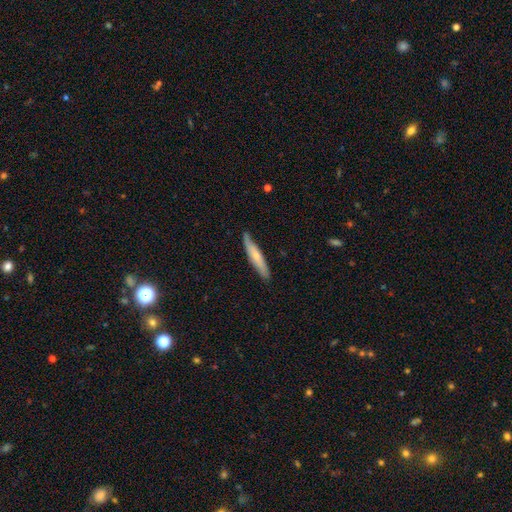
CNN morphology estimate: smooth-or-featured: smooth: 53% | featured or disk: 42% | star or artifact: 5%
  how-rounded: cigar-shaped: 88% | in between: 11% | round: 1%
  merging: none: 80% | minor disturbance: 16% | major disturbance: 3% | merger: 1%